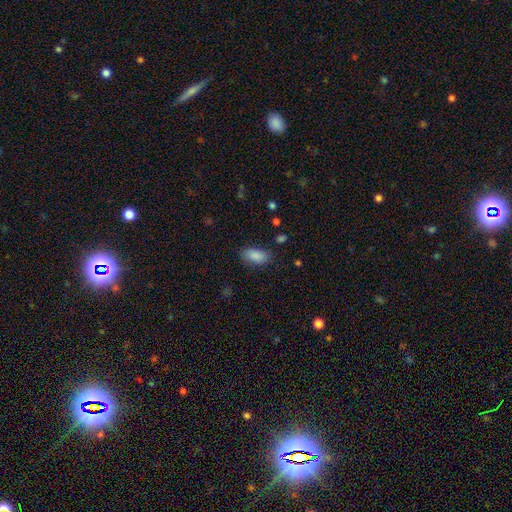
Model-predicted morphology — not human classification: Smooth or featured? Predicted: smooth (p=0.88). How rounded? Predicted: in between (p=0.93). Merging? Predicted: none (p=0.79).